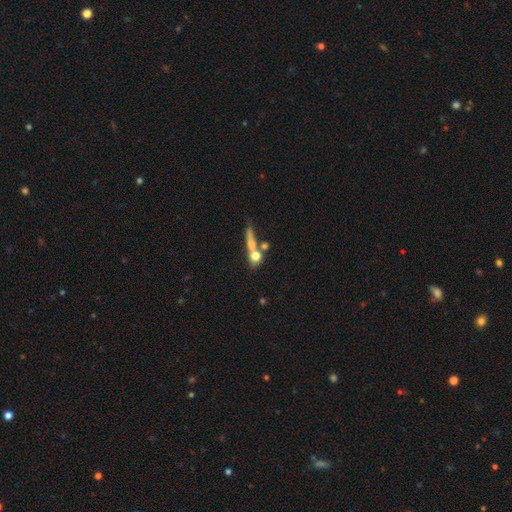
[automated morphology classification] smooth-or-featured: smooth: 64% | featured or disk: 25% | star or artifact: 11%
  how-rounded: round: 45% | cigar-shaped: 29% | in between: 27%
  merging: merger: 42% | none: 36% | minor disturbance: 11% | major disturbance: 11%